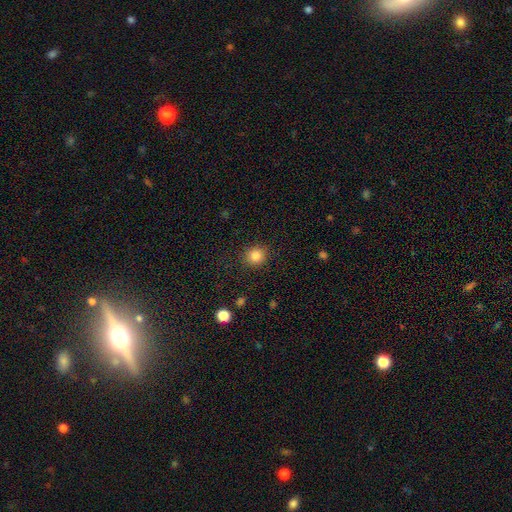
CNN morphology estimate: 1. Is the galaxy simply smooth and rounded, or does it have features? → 85% smooth, 11% star or artifact, 5% featured or disk.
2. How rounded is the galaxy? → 86% round, 13% in between, 1% cigar-shaped.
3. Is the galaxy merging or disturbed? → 88% none, 8% minor disturbance, 3% major disturbance, 1% merger.